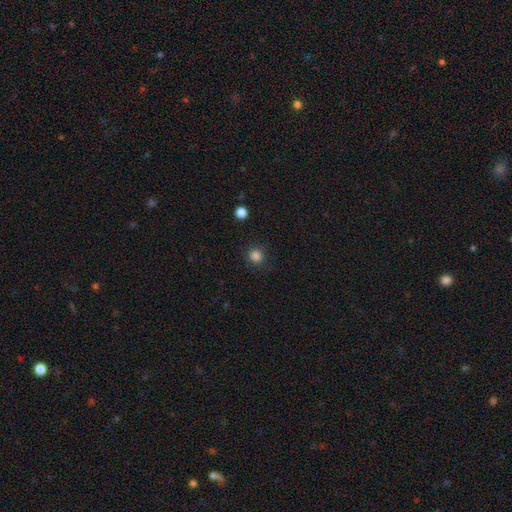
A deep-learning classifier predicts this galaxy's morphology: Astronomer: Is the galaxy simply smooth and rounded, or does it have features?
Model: smooth — 85%.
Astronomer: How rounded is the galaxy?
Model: round — 90%.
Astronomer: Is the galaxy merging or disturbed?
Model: none — 88%.